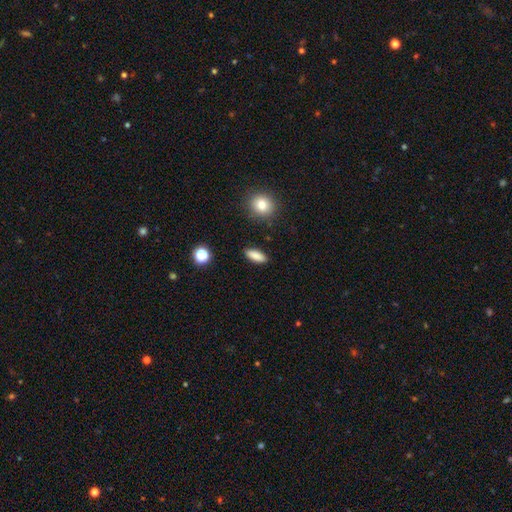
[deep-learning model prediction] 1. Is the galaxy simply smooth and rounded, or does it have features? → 86% smooth, 8% star or artifact, 6% featured or disk.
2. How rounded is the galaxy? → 68% in between, 28% cigar-shaped, 4% round.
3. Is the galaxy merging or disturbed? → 88% none, 8% minor disturbance, 2% major disturbance, 2% merger.